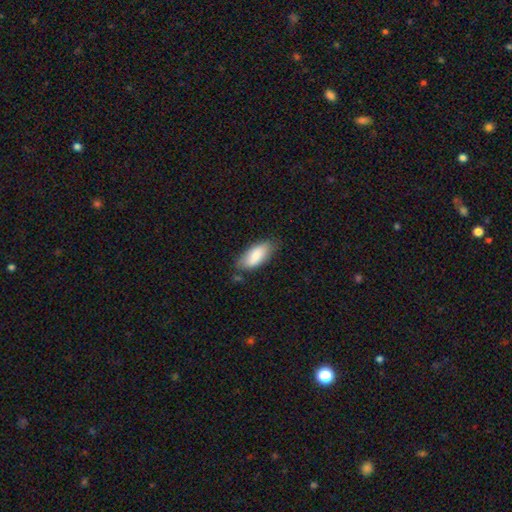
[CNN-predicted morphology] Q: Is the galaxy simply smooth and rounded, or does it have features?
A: smooth — 82%.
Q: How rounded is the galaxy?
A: in between — 85%.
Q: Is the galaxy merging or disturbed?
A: none — 68%.